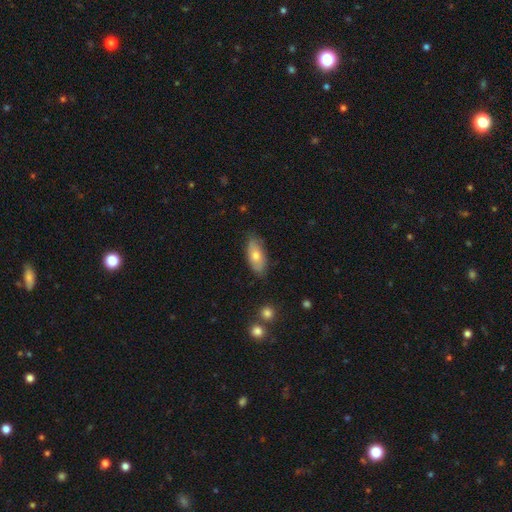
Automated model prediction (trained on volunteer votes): Smooth or featured: smooth — 66% (featured or disk — 28%)
How rounded: in between — 85% (cigar-shaped — 12%)
Merging: none — 81% (minor disturbance — 15%)